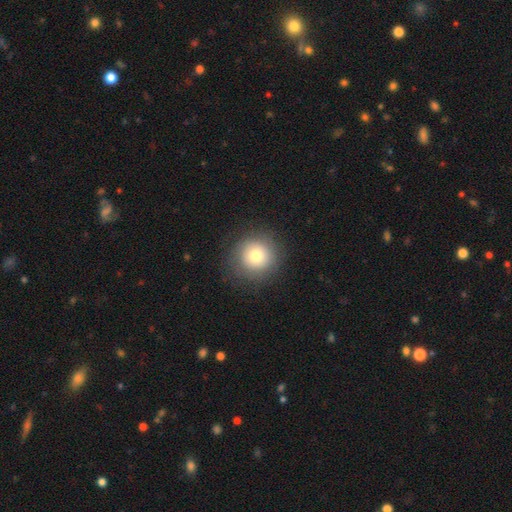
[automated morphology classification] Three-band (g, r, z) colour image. It shows a smooth galaxy with no disk features (75%) that is round (94%). Merging: none (86%).